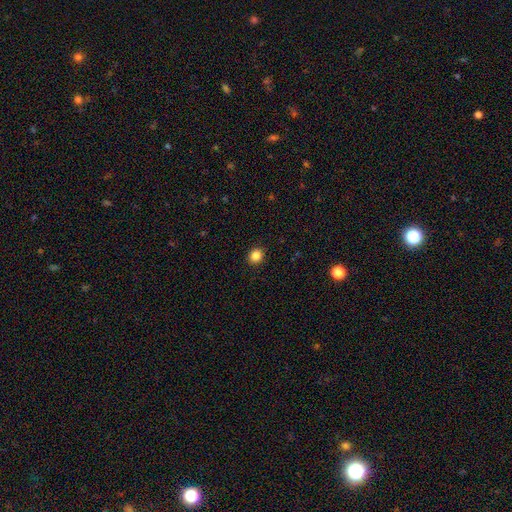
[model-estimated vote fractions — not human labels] This appears to be a smooth galaxy with no disk features (86%) that is round (76%). Merging: none (92%).